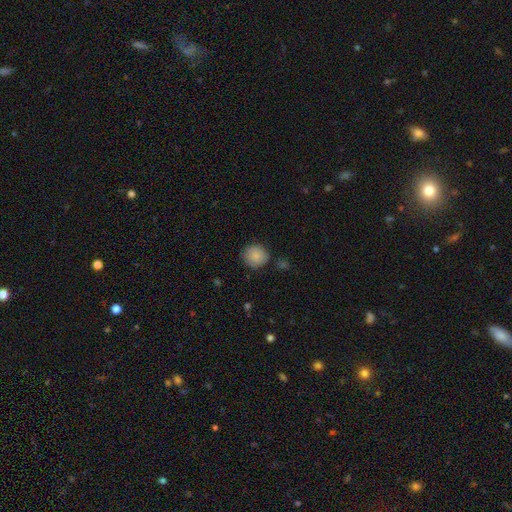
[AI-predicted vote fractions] Q: Smooth or featured?
A: smooth (86%); runner-up: star or artifact (8%)
Q: How rounded?
A: round (89%); runner-up: in between (10%)
Q: Merging?
A: none (80%); runner-up: minor disturbance (13%)